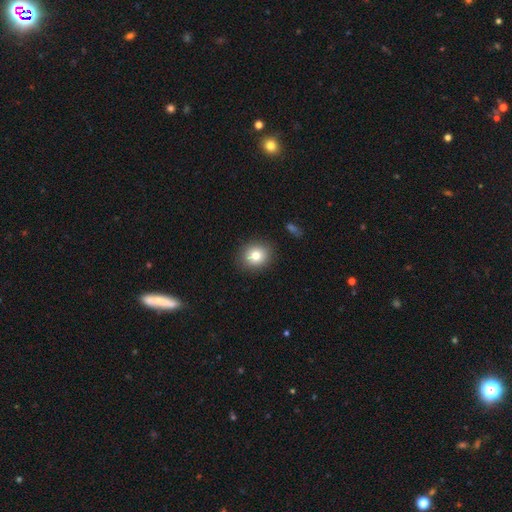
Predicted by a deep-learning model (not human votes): Overall: smooth (79%). How rounded: round (73%). Merging: none (88%).